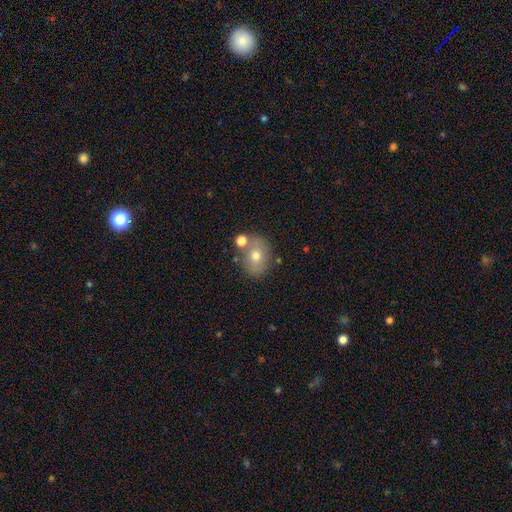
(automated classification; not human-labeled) Smooth or featured: smooth — 67% (featured or disk — 22%)
How rounded: in between — 55% (round — 44%)
Merging: none — 68% (merger — 16%)